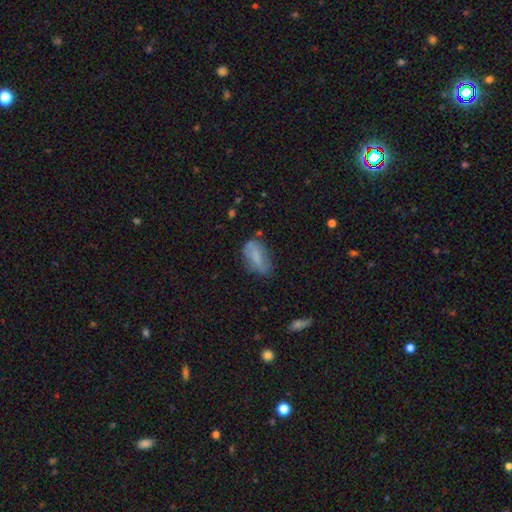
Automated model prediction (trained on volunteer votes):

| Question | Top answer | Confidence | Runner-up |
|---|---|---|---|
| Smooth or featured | smooth | 62% | featured or disk (29%) |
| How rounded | in between | 89% | cigar-shaped (6%) |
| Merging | none | 54% | minor disturbance (31%) |